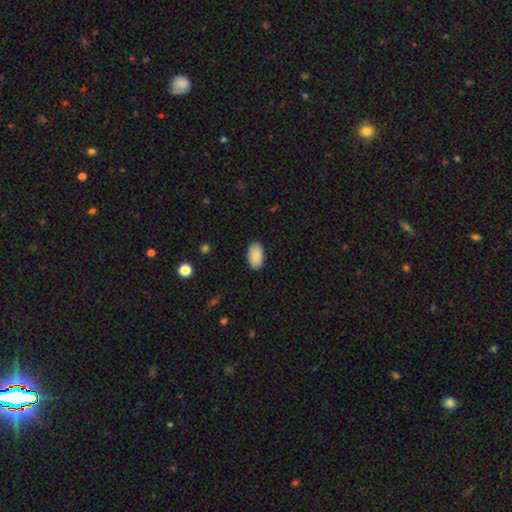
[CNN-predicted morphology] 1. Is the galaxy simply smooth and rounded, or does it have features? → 89% smooth, 6% star or artifact, 4% featured or disk.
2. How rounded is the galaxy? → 95% in between, 4% round, 1% cigar-shaped.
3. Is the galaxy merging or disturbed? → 89% none, 8% minor disturbance, 2% major disturbance, 1% merger.